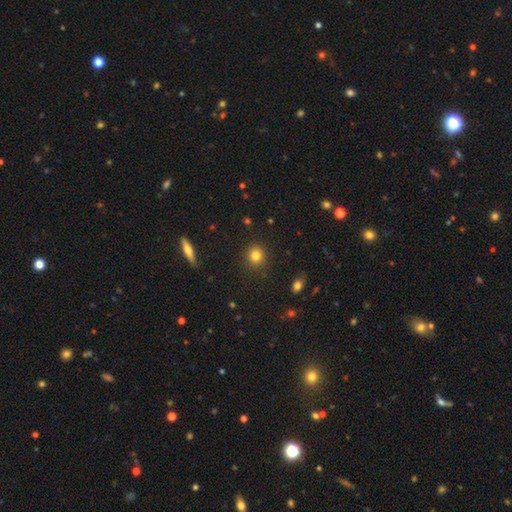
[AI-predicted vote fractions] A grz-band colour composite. It shows a smooth galaxy with no disk features (83%) that is round (86%). Merging: none (90%).